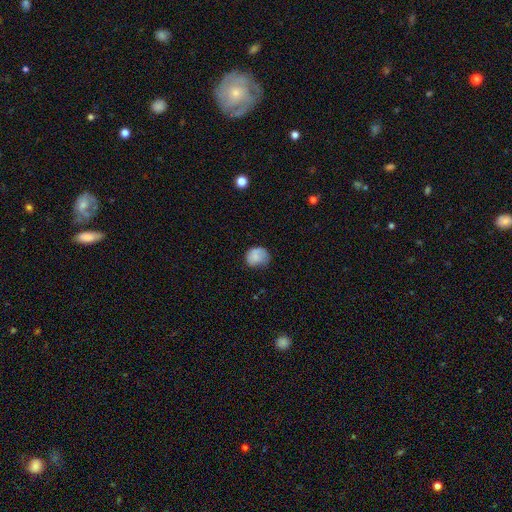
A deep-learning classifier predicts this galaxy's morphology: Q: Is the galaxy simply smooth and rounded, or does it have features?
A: smooth — 79%.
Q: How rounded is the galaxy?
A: round — 62%.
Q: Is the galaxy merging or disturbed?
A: none — 58%.